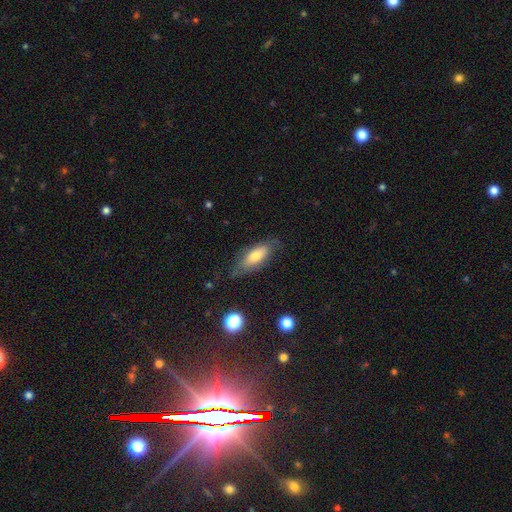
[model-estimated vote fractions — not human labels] Smooth or featured? smooth (68%)
How rounded? in between (69%)
Merging? none (66%)